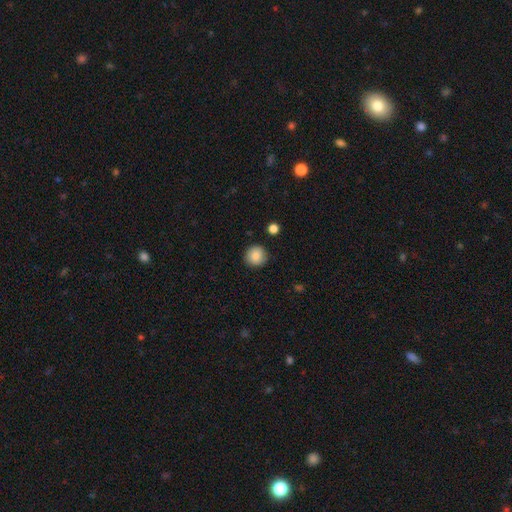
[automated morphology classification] A smooth galaxy with no disk features (87%) that is round (92%).

Vote fractions:
- Smooth or featured? smooth: 87% / star or artifact: 8% / featured or disk: 5%
- How rounded? round: 92% / in between: 7% / cigar-shaped: 1%
- Merging? none: 88% / minor disturbance: 8% / major disturbance: 2% / merger: 2%